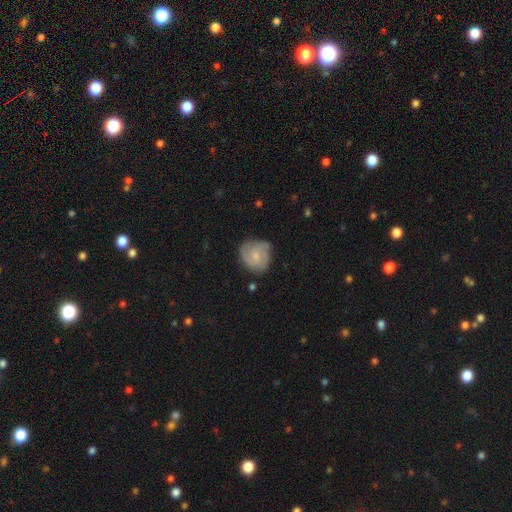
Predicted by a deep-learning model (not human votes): featured or disk 56%, smooth 38%, star or artifact 6%. Down the decision tree: edge-on disk — no (98%); bar — no (71%); spiral arms — yes (87%); bulge size — small (55%); merging — none (65%).